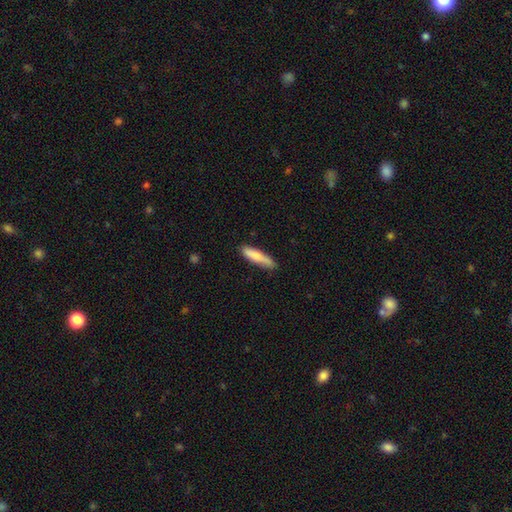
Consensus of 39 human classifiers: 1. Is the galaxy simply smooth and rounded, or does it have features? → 87% smooth, 13% featured or disk, 0% star or artifact.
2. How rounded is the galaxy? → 79% cigar-shaped, 21% in between, 0% round.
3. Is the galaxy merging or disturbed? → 72% none, 21% minor disturbance, 8% major disturbance, 0% merger.